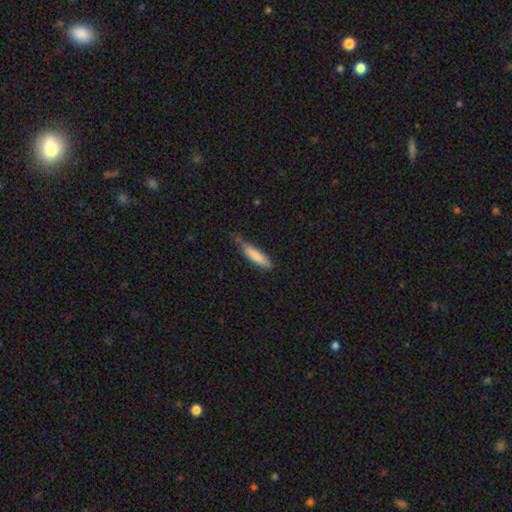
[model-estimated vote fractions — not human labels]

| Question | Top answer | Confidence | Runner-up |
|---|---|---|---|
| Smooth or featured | smooth | 82% | featured or disk (12%) |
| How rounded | cigar-shaped | 78% | in between (20%) |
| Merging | none | 63% | minor disturbance (29%) |